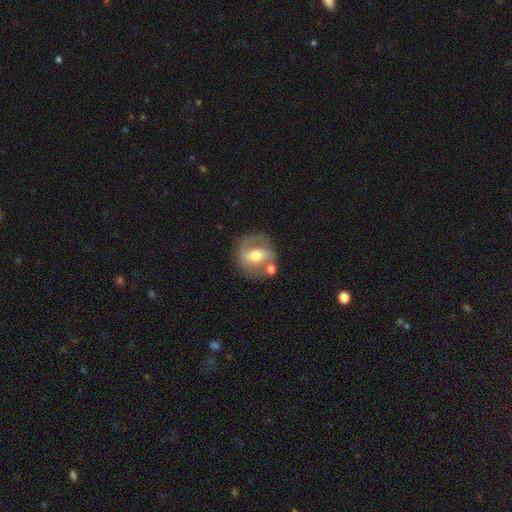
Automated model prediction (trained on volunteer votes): smooth-or-featured: featured or disk: 69% | smooth: 24% | star or artifact: 7%
  disk-edge-on: no: 96% | yes: 4%
    bar: weak: 42% | strong: 34% | no: 25%
    has-spiral-arms: yes: 78% | no: 22%
      spiral-winding: medium: 48% | tight: 27% | loose: 24%
      spiral-arm-count: 2: 79% | can't tell: 9% | 1: 9% | 3: 2% | 4: 1% | more than 4: 1%
    bulge-size: moderate: 66% | small: 26% | large: 6% | none: 1% | dominant: 1%
  merging: none: 64% | minor disturbance: 16% | merger: 13% | major disturbance: 8%